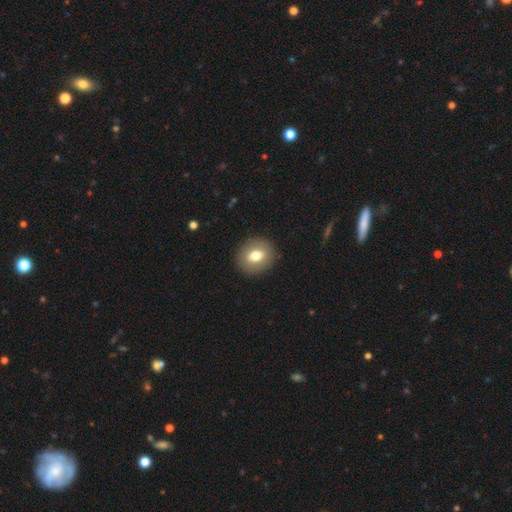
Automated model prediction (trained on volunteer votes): The model was most divided on "how rounded": round: 69%, in between: 30%, cigar-shaped: 1%. More confident: merging — none (90%); smooth or featured — smooth (72%).